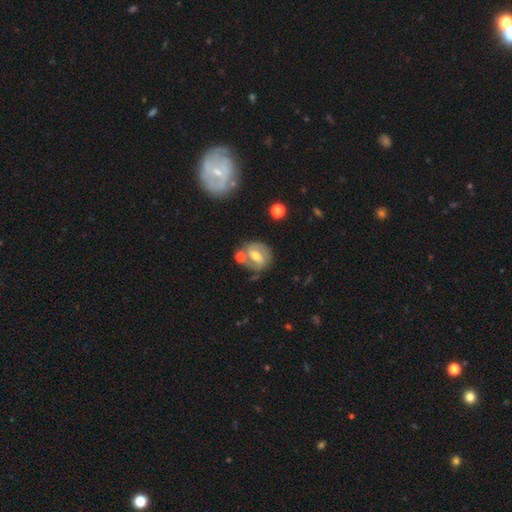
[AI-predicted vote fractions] smooth_or_featured: featured or disk (p=0.63) [alt: smooth p=0.29]
disk_edge_on: no (p=0.95) [alt: yes p=0.05]
bar: weak (p=0.41) [alt: strong p=0.40]
has_spiral_arms: yes (p=0.71) [alt: no p=0.29]
bulge_size: moderate (p=0.64) [alt: small p=0.27]
merging: none (p=0.62) [alt: minor disturbance p=0.16]